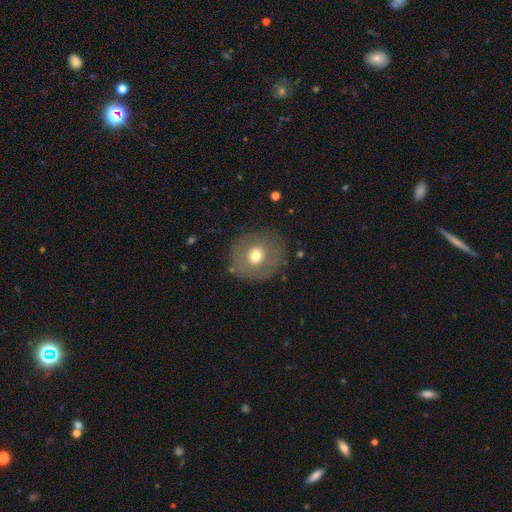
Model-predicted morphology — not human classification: smooth-or-featured: smooth: 59% | featured or disk: 33% | star or artifact: 9%
  how-rounded: round: 86% | in between: 13% | cigar-shaped: 1%
  merging: none: 80% | minor disturbance: 12% | major disturbance: 6% | merger: 2%